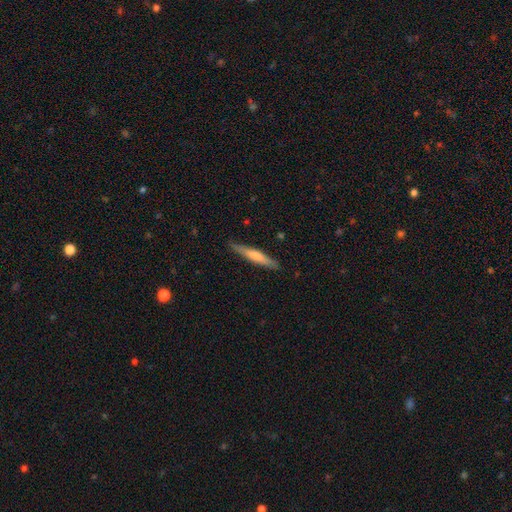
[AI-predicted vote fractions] The model was most divided on "smooth or featured": smooth: 59%, featured or disk: 36%, star or artifact: 5%. More confident: how rounded — cigar-shaped (93%); merging — none (86%).